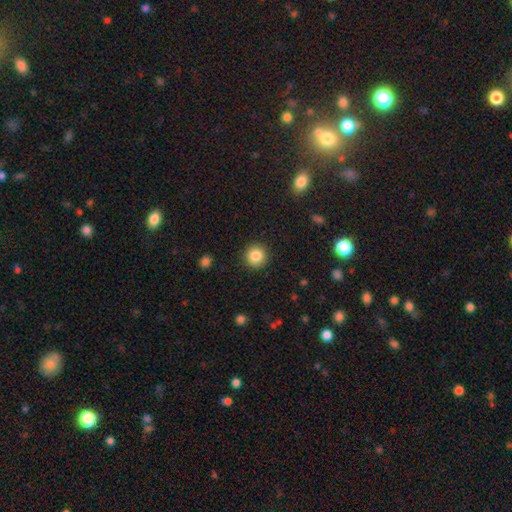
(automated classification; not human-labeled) smooth 85%, star or artifact 10%, featured or disk 5%. Down the decision tree: how rounded — round (93%); merging — none (91%).